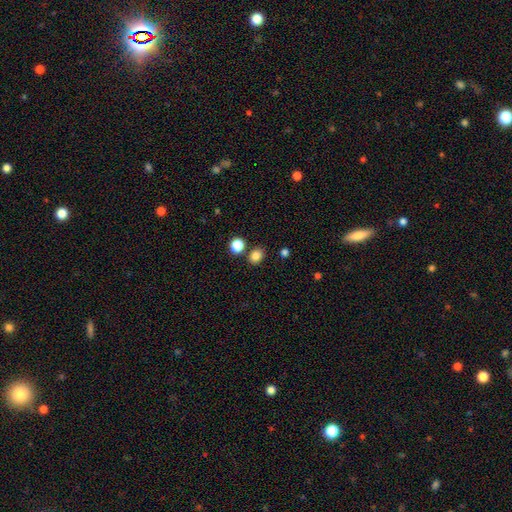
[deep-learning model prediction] Smooth or featured: smooth — 84% (star or artifact — 12%)
How rounded: round — 59% (in between — 40%)
Merging: none — 78% (merger — 11%)